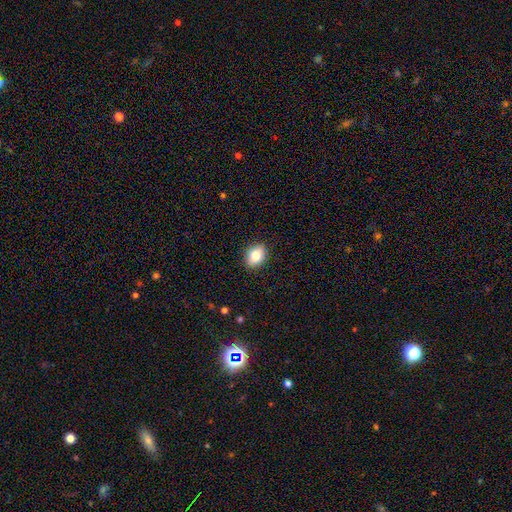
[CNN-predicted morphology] Smooth or featured? Predicted: smooth (p=0.80). How rounded? Predicted: in between (p=0.69). Merging? Predicted: none (p=0.88).